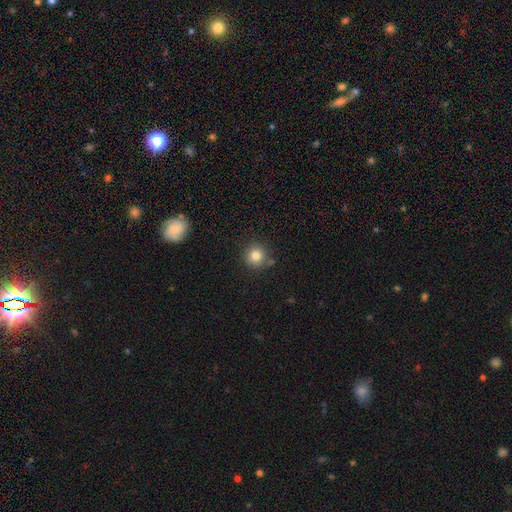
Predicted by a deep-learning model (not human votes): A smooth galaxy with no disk features (81%) that is round (94%). Merging: none (82%).